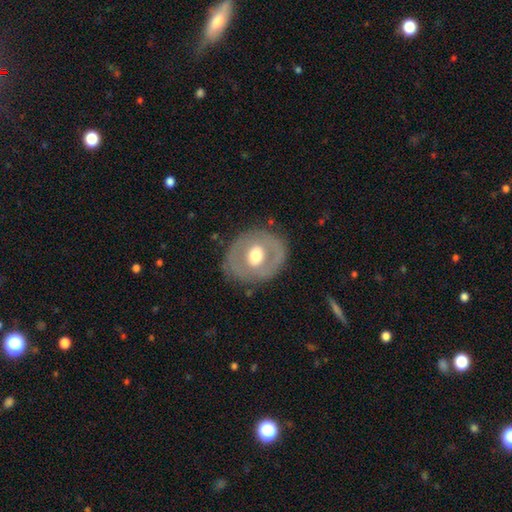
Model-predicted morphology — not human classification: Overall: featured or disk (53%; smooth 41%). Edge-on disk: no (95%). Merging: none (79%).